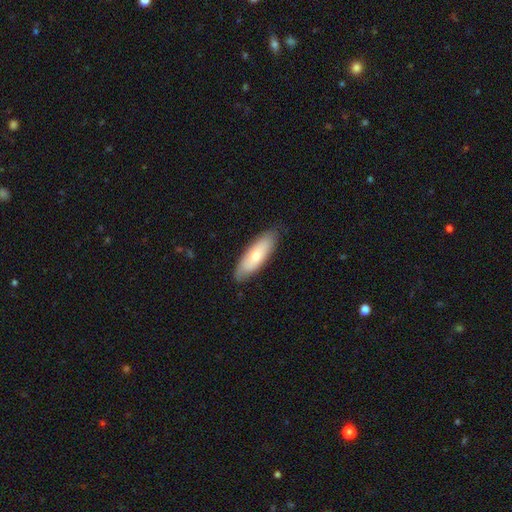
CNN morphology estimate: Smooth or featured? Predicted: smooth (p=0.69). How rounded? Predicted: in between (p=0.57). Merging? Predicted: none (p=0.84).